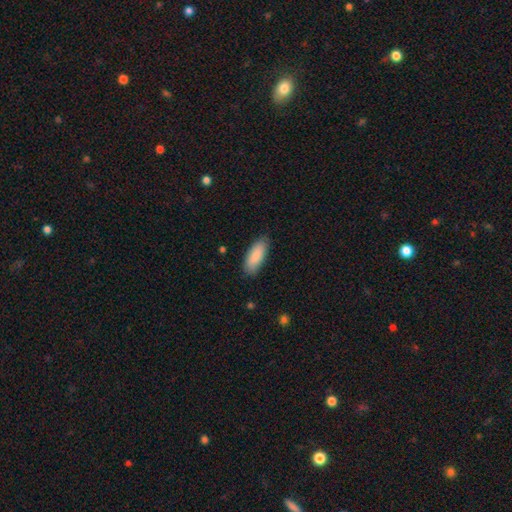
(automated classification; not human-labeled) The model was most divided on "how rounded": in between: 76%, cigar-shaped: 22%, round: 2%. More confident: smooth or featured — smooth (88%); merging — none (85%).